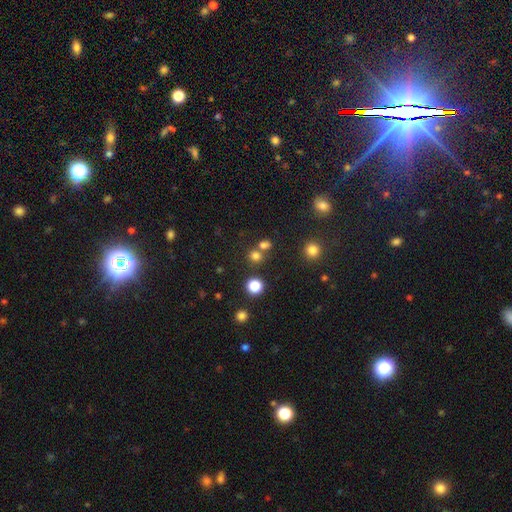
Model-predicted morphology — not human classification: Overall: smooth (74%). How rounded: round (83%). Merging: none (62%; merger 27%).